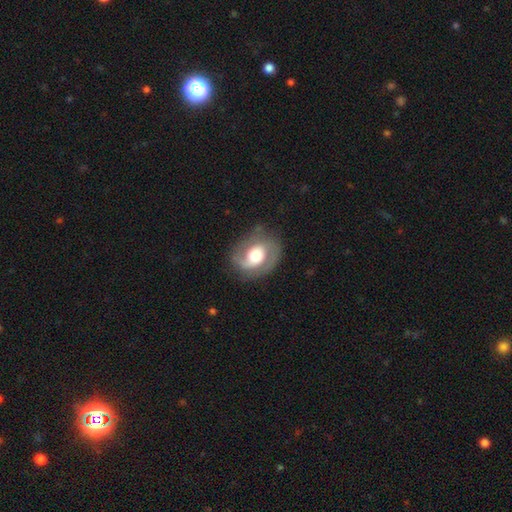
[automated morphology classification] smooth-or-featured: featured or disk: 72% | smooth: 22% | star or artifact: 6%
  disk-edge-on: no: 97% | yes: 3%
    bar: no: 58% | weak: 32% | strong: 10%
    has-spiral-arms: yes: 87% | no: 13%
      spiral-winding: medium: 46% | tight: 30% | loose: 24%
      spiral-arm-count: 2: 79% | 1: 11% | can't tell: 6% | 3: 2% | 4: 1% | more than 4: 1%
    bulge-size: moderate: 53% | large: 37% | small: 5% | dominant: 5% | none: 1%
  merging: none: 71% | minor disturbance: 19% | major disturbance: 9% | merger: 1%